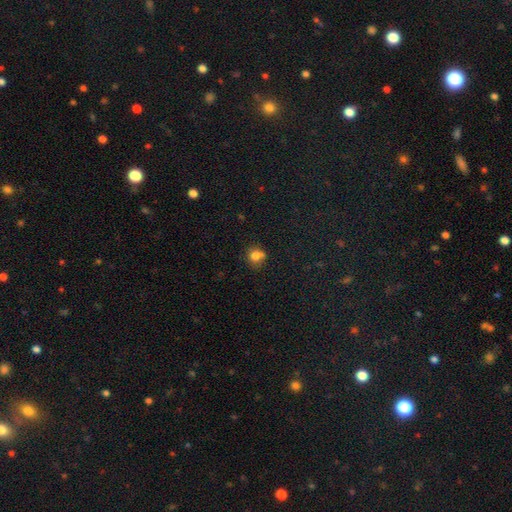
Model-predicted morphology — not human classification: Overall: smooth (77%). How rounded: round (78%). Merging: none (48%; merger 28%).